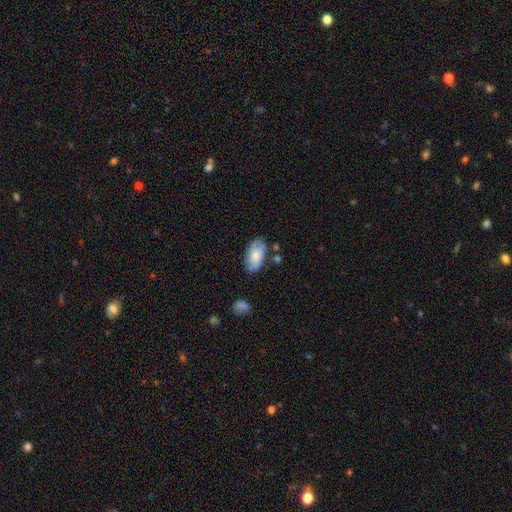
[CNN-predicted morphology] The model was most divided on "merging": none: 72%, minor disturbance: 19%, merger: 5%, major disturbance: 4%. More confident: how rounded — in between (94%); smooth or featured — smooth (74%).